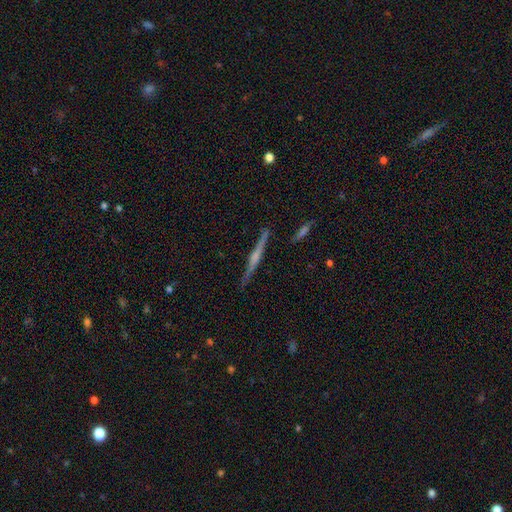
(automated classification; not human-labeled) Q: Smooth or featured?
A: featured or disk (75%); runner-up: smooth (18%)
Q: Edge-on disk?
A: yes (98%); runner-up: no (2%)
Q: Edge-on bulge?
A: rounded (68%); runner-up: none (19%)
Q: Merging?
A: none (89%); runner-up: minor disturbance (8%)